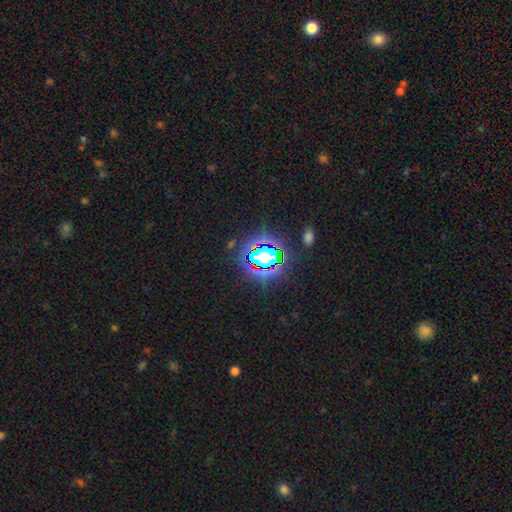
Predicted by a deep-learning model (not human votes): A star or artifact, not a galaxy (72%).

Vote fractions:
- Smooth or featured? star or artifact: 72% / smooth: 18% / featured or disk: 11%